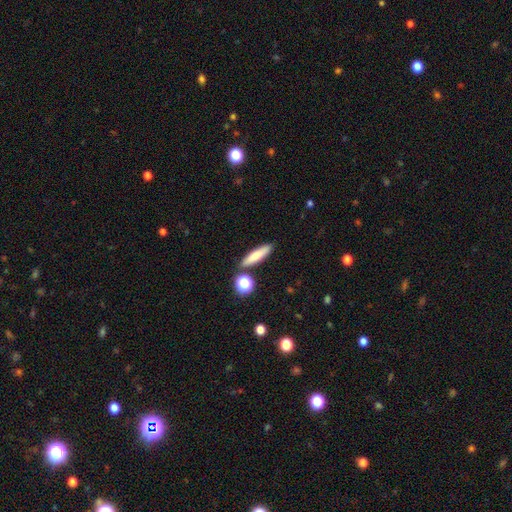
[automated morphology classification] The model was most divided on "how rounded": cigar-shaped: 70%, in between: 26%, round: 5%. More confident: merging — none (81%); smooth or featured — smooth (72%).